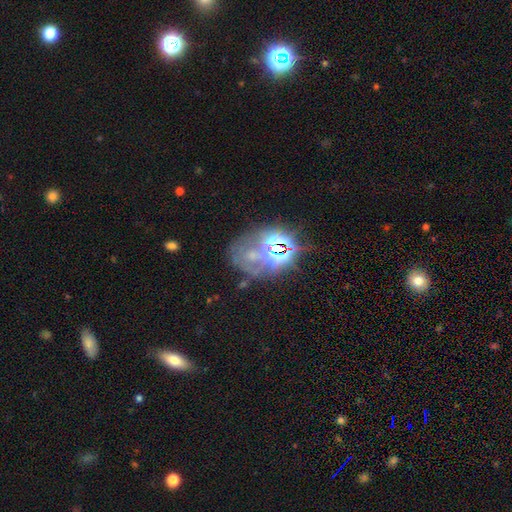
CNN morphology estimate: Smooth or featured: star or artifact — 49% (featured or disk — 31%)